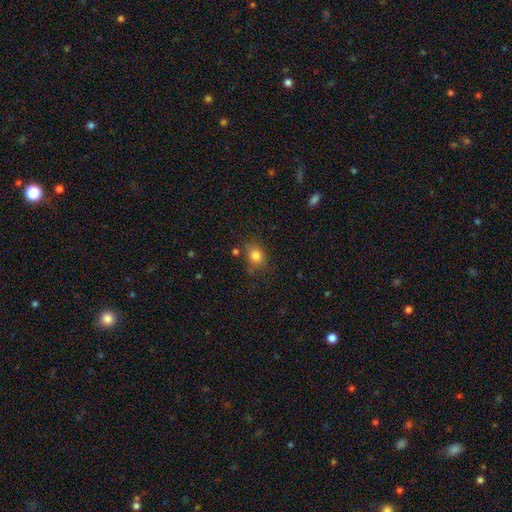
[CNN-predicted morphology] Smooth or featured? Predicted: smooth (p=0.81). How rounded? Predicted: round (p=0.56). Merging? Predicted: none (p=0.68).